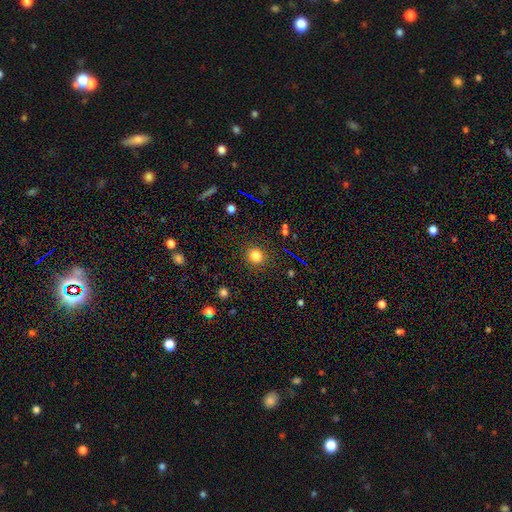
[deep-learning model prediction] The model was most divided on "smooth or featured": smooth: 80%, star or artifact: 14%, featured or disk: 5%. More confident: how rounded — round (90%); merging — none (90%).